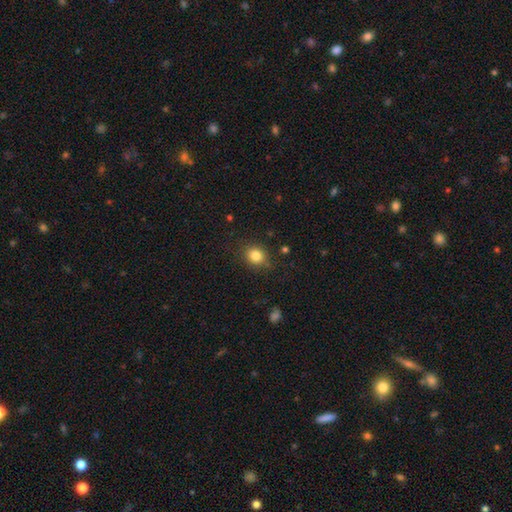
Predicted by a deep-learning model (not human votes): Smooth or featured?
  - smooth: 84% *
  - star or artifact: 11%
  - featured or disk: 6%
How rounded?
  - round: 71% *
  - in between: 28%
  - cigar-shaped: 1%
Merging?
  - none: 84% *
  - minor disturbance: 11%
  - major disturbance: 3%
  - merger: 2%